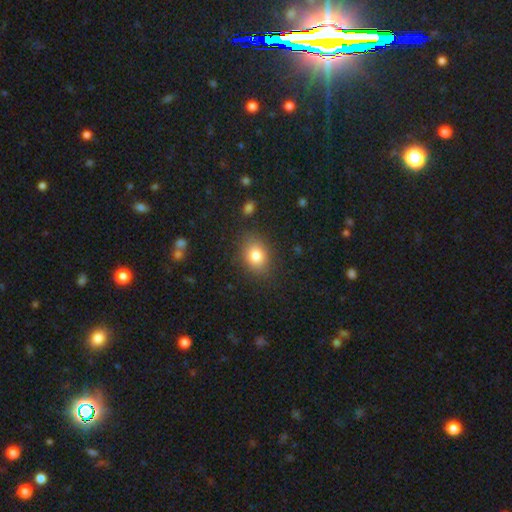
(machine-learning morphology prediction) Smooth or featured: smooth — 82% (star or artifact — 10%)
How rounded: in between — 61% (round — 38%)
Merging: none — 83% (minor disturbance — 12%)